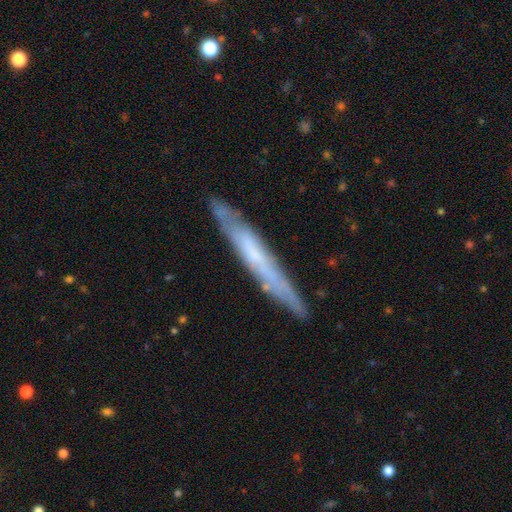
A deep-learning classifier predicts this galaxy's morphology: Smooth or featured? featured or disk (59%)
Edge-on disk? yes (83%)
Merging? none (84%)